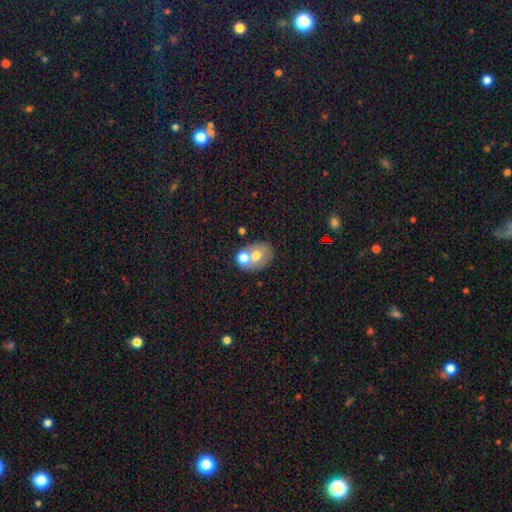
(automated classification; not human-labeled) A smooth galaxy with no disk features (64%) that is in between round and cigar-shaped (60%). Merging: merger (53%).